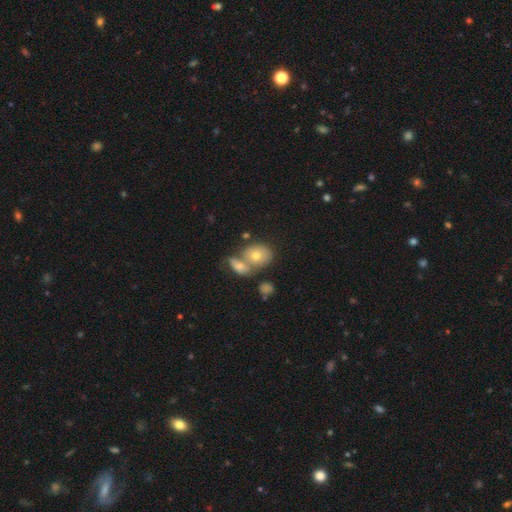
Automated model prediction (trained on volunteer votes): A smooth galaxy with no disk features (58%) that is round (49%). Merging: merger (43%, tied with none).